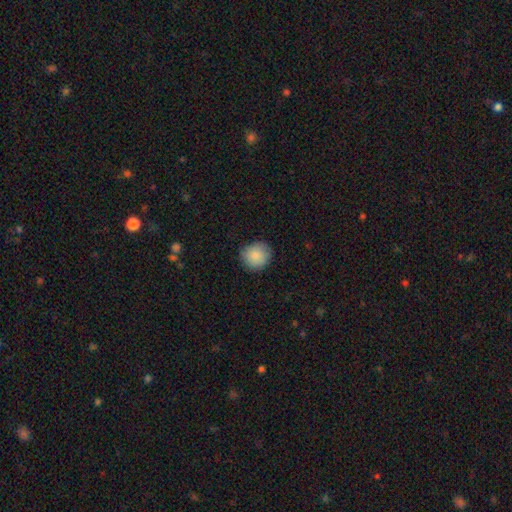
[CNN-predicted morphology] smooth 87%, star or artifact 7%, featured or disk 6%. Down the decision tree: how rounded — round (87%); merging — none (86%).